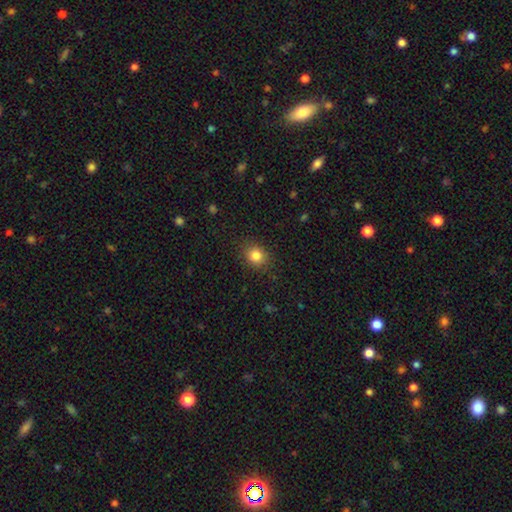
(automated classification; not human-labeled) Smooth or featured: smooth — 83% (star or artifact — 11%)
How rounded: round — 70% (in between — 29%)
Merging: none — 87% (minor disturbance — 9%)